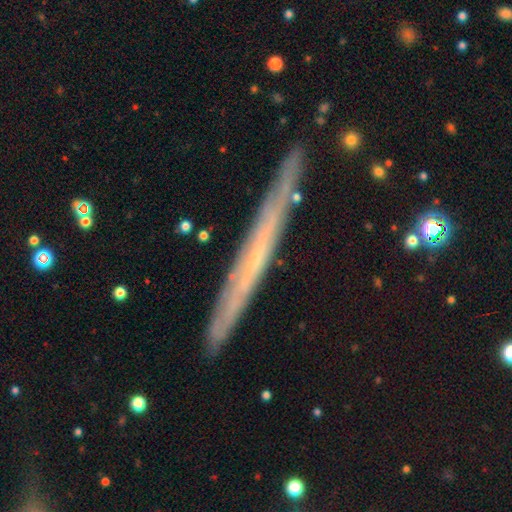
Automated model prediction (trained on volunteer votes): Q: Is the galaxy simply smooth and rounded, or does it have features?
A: featured or disk — 68%.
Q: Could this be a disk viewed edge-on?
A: yes — 92%.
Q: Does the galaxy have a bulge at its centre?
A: none — 79%.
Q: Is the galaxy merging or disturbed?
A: none — 87%.